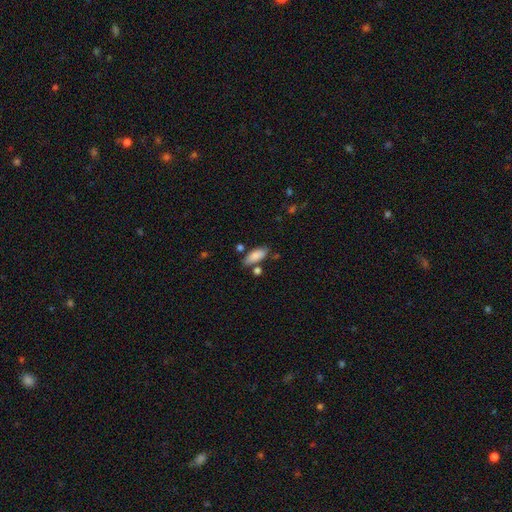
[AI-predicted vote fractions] Morphology: type=smooth (85%); roundness=in between (80%); merging=none (73%).